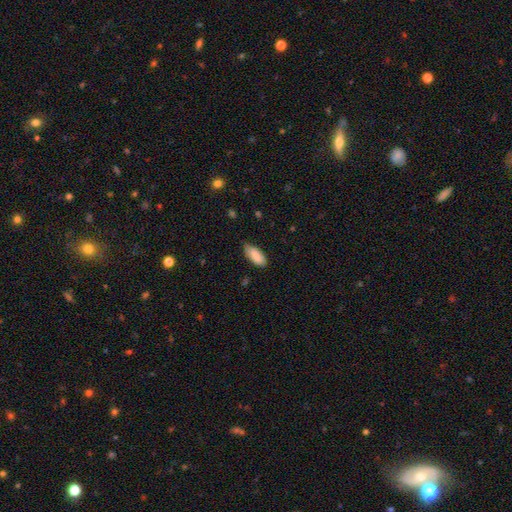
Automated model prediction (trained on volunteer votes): Q: Smooth or featured?
A: smooth (86%); runner-up: featured or disk (8%)
Q: How rounded?
A: in between (88%); runner-up: cigar-shaped (10%)
Q: Merging?
A: none (73%); runner-up: minor disturbance (23%)